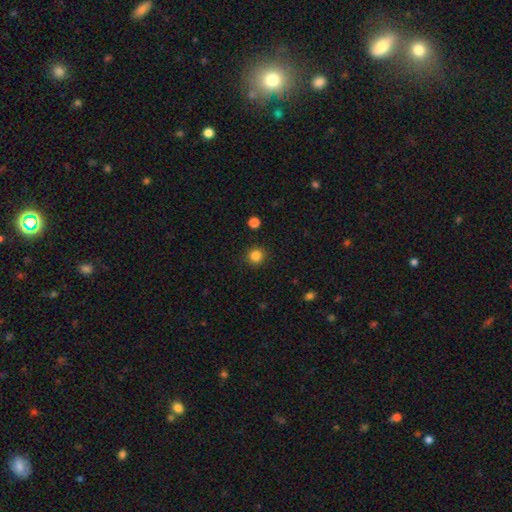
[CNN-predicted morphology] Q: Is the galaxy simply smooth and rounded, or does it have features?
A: smooth — 84%.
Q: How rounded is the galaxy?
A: round — 94%.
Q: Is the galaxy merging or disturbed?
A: none — 91%.